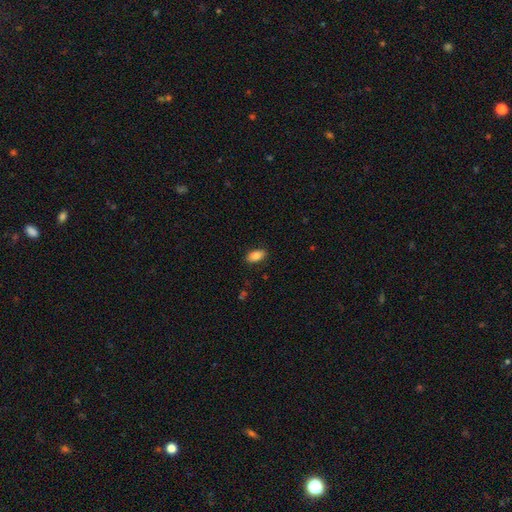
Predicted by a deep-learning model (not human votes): Smooth or featured? smooth (85%)
How rounded? in between (91%)
Merging? none (87%)